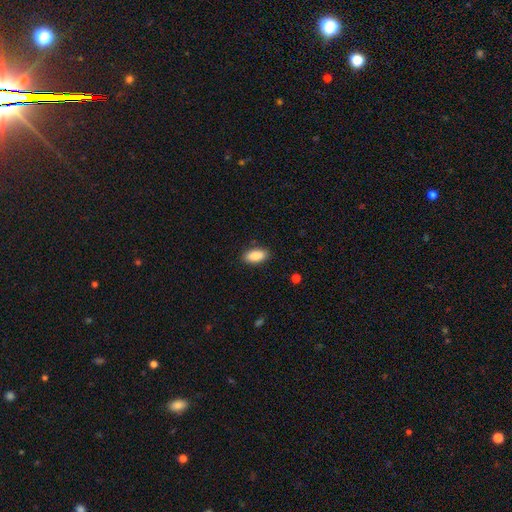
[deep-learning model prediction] This is clearly a smooth galaxy (89%). How rounded: clearly in between (91%). Merging: clearly none (88%).